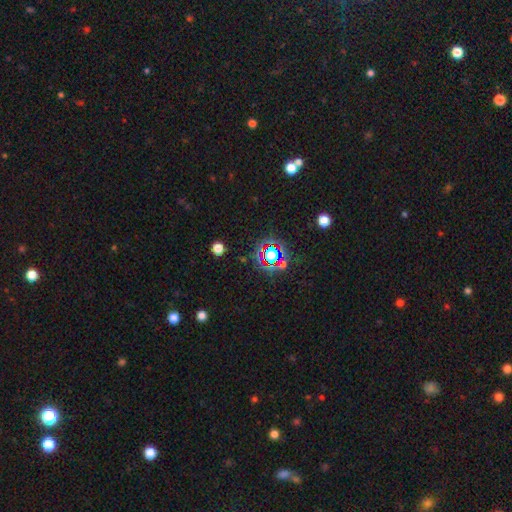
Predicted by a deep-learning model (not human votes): The model was most divided on "smooth or featured": star or artifact: 78%, smooth: 13%, featured or disk: 9%.